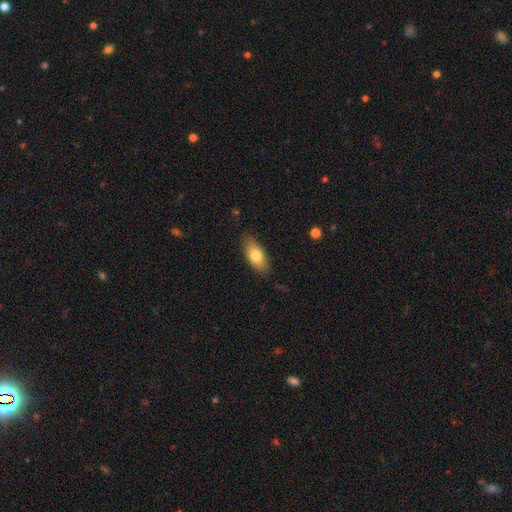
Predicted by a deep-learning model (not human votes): Smooth or featured: smooth — 75% (featured or disk — 19%)
How rounded: in between — 84% (cigar-shaped — 13%)
Merging: none — 83% (minor disturbance — 13%)